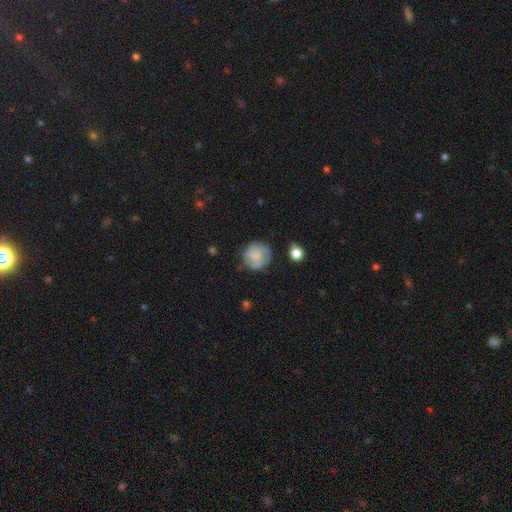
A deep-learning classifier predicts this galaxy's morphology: Overall: smooth (52%; featured or disk 40%). How rounded: round (87%). Merging: none (69%).